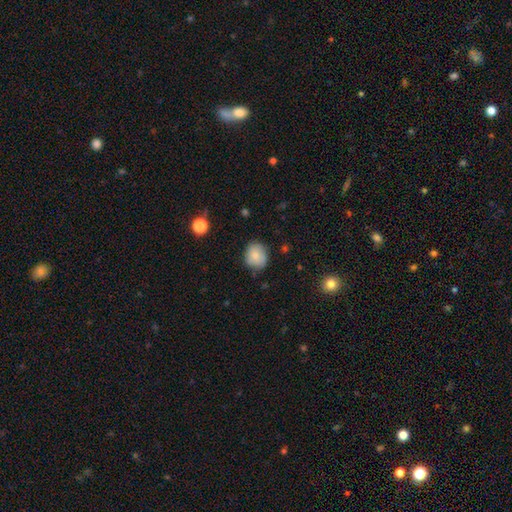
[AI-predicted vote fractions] Smooth or featured? Predicted: smooth (p=0.77). How rounded? Predicted: round (p=0.66). Merging? Predicted: none (p=0.74).